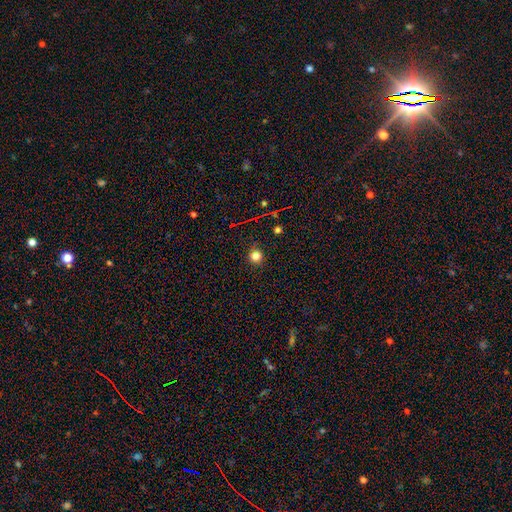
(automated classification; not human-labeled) The model was most divided on "smooth or featured": smooth: 76%, star or artifact: 18%, featured or disk: 6%. More confident: how rounded — round (92%); merging — none (90%).